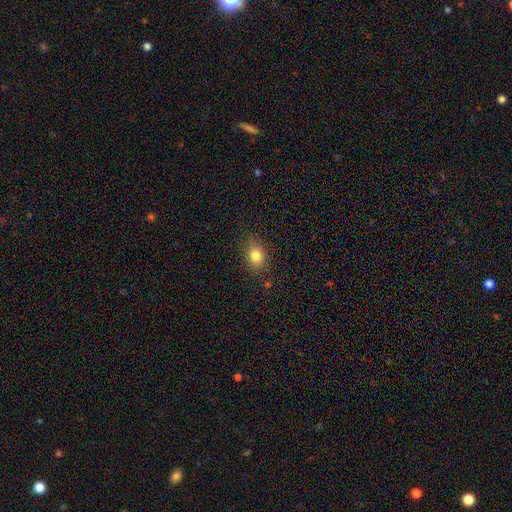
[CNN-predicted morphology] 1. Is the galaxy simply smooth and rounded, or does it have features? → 82% smooth, 11% star or artifact, 7% featured or disk.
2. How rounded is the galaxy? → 57% in between, 42% round, 1% cigar-shaped.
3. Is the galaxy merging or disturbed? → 83% none, 12% minor disturbance, 3% major disturbance, 1% merger.